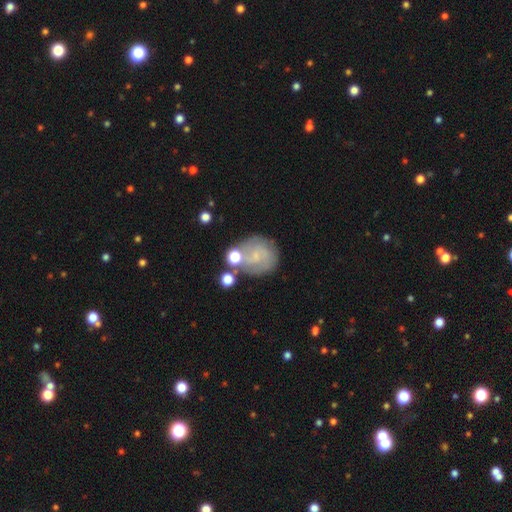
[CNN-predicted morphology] Smooth or featured? Predicted: featured or disk (p=0.50). Merging? Predicted: none (p=0.59).